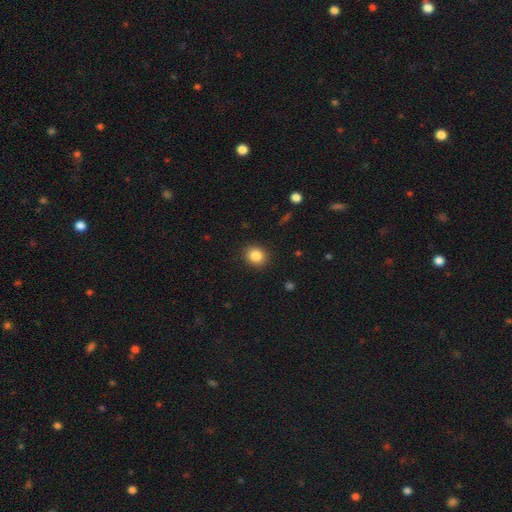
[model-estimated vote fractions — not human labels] Overall: smooth (86%). How rounded: round (73%). Merging: none (89%).